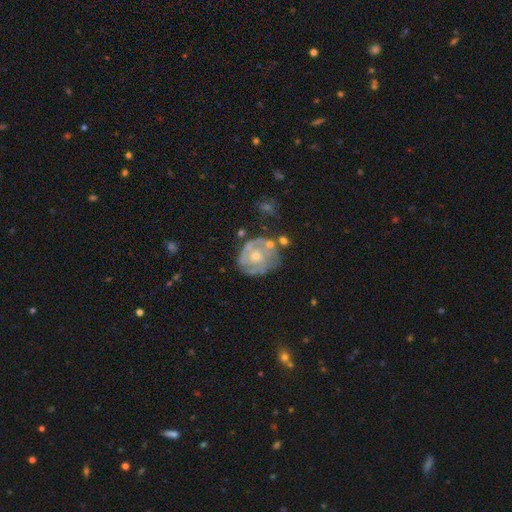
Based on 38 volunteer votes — This appears to be a featured or disk galaxy (82%) with no bar (79%), tight (74%) spiral arms (68%) and a small central bulge (54%). Merging: none (42%).